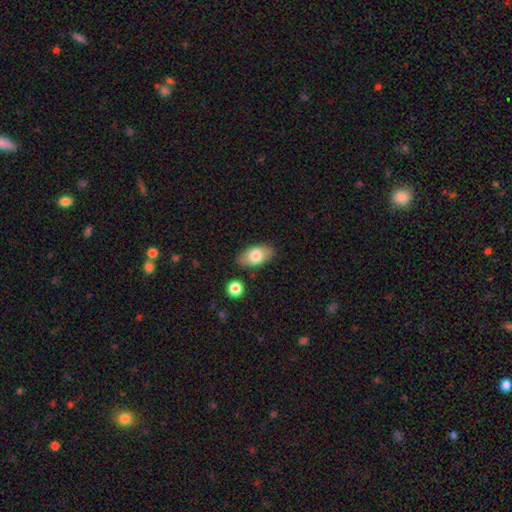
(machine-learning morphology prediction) Smooth or featured: smooth — 77% (featured or disk — 17%)
How rounded: in between — 92% (round — 5%)
Merging: none — 84% (minor disturbance — 11%)